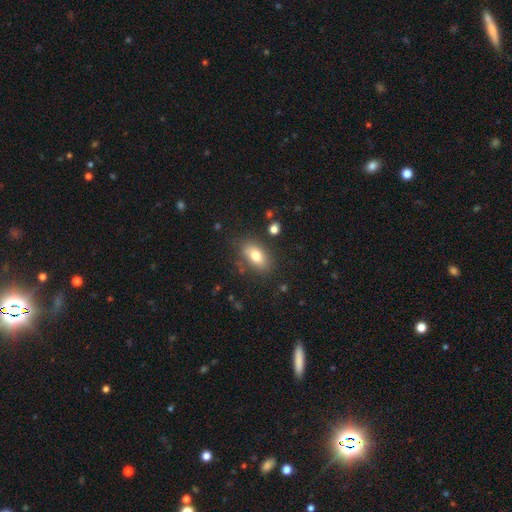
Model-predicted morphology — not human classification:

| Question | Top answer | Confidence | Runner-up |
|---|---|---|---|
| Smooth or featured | smooth | 77% | featured or disk (14%) |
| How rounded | in between | 87% | round (8%) |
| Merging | none | 81% | minor disturbance (12%) |